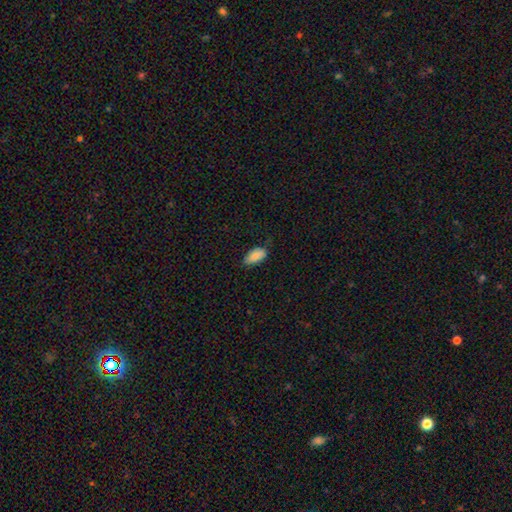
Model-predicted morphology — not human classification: Q: Smooth or featured?
A: smooth (84%); runner-up: featured or disk (9%)
Q: How rounded?
A: in between (92%); runner-up: cigar-shaped (5%)
Q: Merging?
A: none (65%); runner-up: minor disturbance (29%)